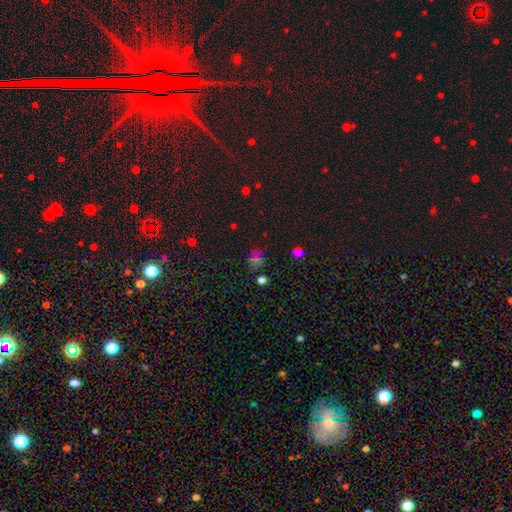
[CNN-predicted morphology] A smooth galaxy with no disk features (48%).

Vote fractions:
- Smooth or featured? smooth: 48% / star or artifact: 42% / featured or disk: 10%
- Merging? none: 75% / minor disturbance: 16% / major disturbance: 5% / merger: 3%